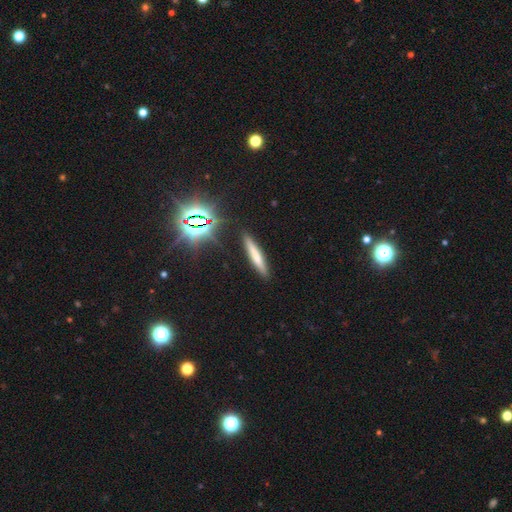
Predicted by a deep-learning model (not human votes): Smooth or featured? Predicted: smooth (p=0.62). How rounded? Predicted: cigar-shaped (p=0.93). Merging? Predicted: none (p=0.90).